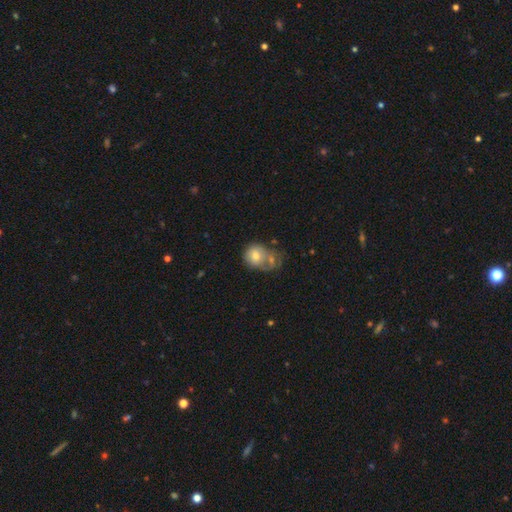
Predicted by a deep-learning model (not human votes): smooth-or-featured: smooth: 71% | featured or disk: 21% | star or artifact: 8%
  how-rounded: round: 65% | in between: 34% | cigar-shaped: 1%
  merging: merger: 42% | none: 28% | minor disturbance: 17% | major disturbance: 13%